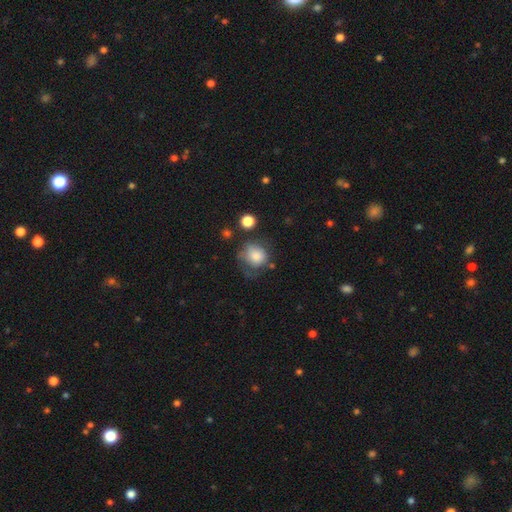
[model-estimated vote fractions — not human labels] Smooth or featured? Predicted: smooth (p=0.77). How rounded? Predicted: round (p=0.74). Merging? Predicted: none (p=0.43).